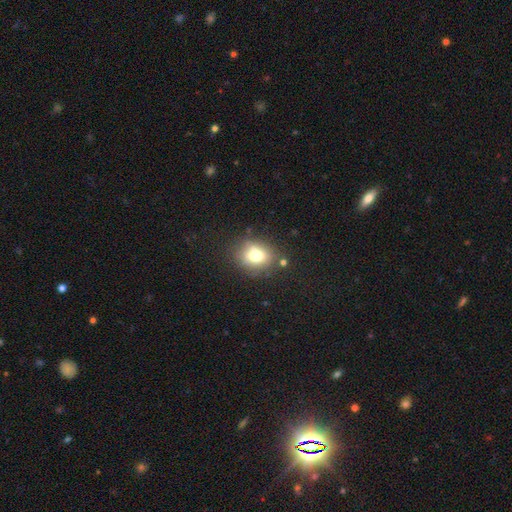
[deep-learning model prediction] smooth-or-featured: smooth: 72% | featured or disk: 15% | star or artifact: 13%
  how-rounded: round: 58% | in between: 41% | cigar-shaped: 1%
  merging: none: 72% | minor disturbance: 15% | merger: 7% | major disturbance: 5%